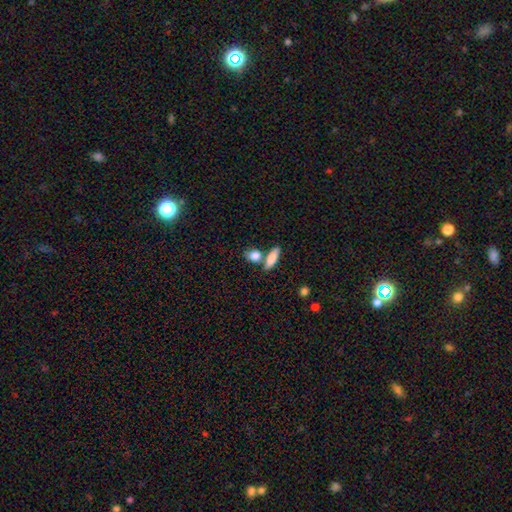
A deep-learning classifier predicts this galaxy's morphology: A smooth galaxy with no disk features (84%) that is in between round and cigar-shaped (54%). Merging: none (56%).